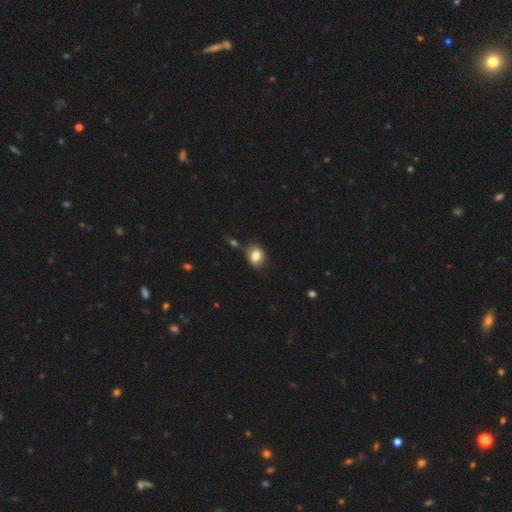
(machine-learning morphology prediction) Overall: smooth (82%). How rounded: in between (66%; round 32%). Merging: none (74%).